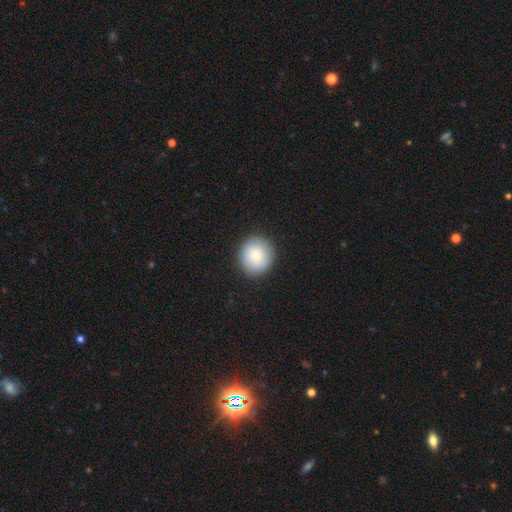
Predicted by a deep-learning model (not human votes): Q: Smooth or featured?
A: smooth (82%); runner-up: featured or disk (10%)
Q: How rounded?
A: round (91%); runner-up: in between (8%)
Q: Merging?
A: none (89%); runner-up: minor disturbance (7%)